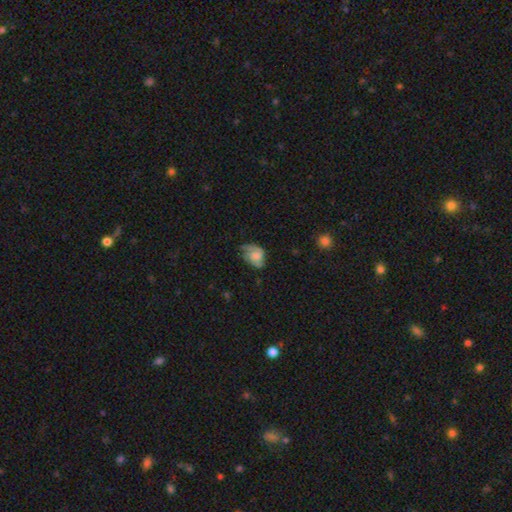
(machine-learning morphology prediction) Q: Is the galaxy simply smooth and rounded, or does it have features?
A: featured or disk — 57%.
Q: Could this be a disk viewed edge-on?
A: no — 97%.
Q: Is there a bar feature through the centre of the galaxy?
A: no — 67%.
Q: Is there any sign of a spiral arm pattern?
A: yes — 88%.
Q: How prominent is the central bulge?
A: moderate — 33%.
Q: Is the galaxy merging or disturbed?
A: none — 50%.